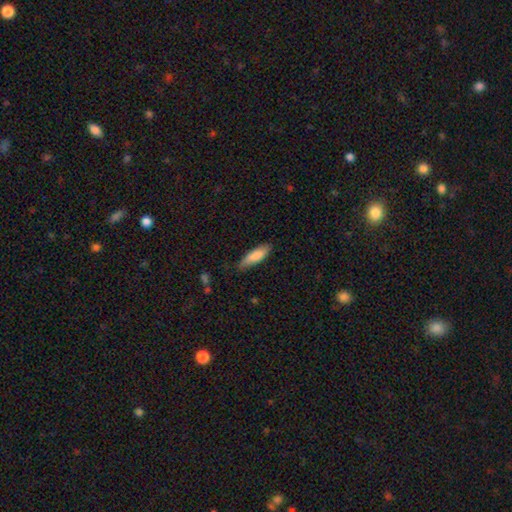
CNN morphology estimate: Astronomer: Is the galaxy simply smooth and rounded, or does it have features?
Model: smooth — 83%.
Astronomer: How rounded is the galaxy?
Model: cigar-shaped — 55% (runner-up: in between, 43%).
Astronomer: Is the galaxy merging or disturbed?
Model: none — 80%.